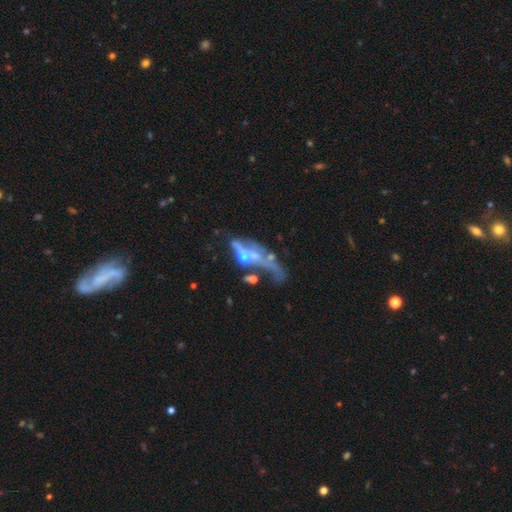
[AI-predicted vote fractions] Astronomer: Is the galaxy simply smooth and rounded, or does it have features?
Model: featured or disk — 62%.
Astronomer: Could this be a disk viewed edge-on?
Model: no — 71%.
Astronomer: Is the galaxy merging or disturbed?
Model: merger — 39% (runner-up: major disturbance, 35%).